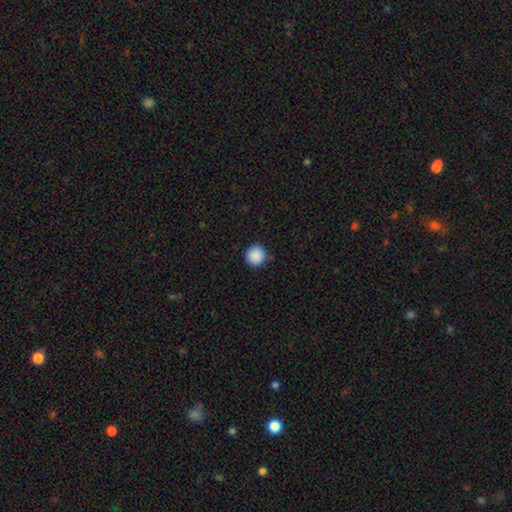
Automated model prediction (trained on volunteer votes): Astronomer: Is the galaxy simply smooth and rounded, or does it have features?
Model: smooth — 89%.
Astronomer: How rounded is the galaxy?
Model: round — 94%.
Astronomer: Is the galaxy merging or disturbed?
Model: none — 88%.